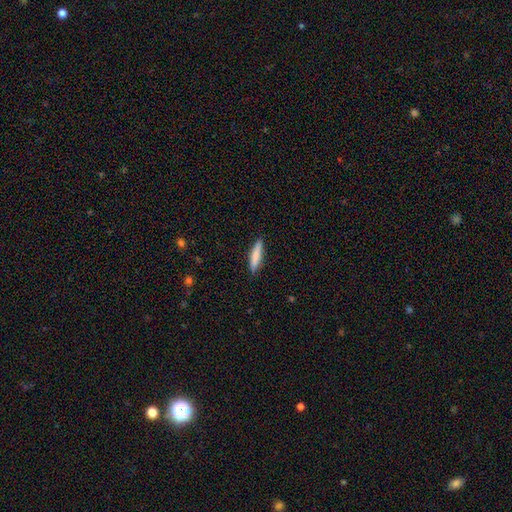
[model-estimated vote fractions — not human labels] smooth-or-featured: smooth: 79% | featured or disk: 15% | star or artifact: 6%
  how-rounded: cigar-shaped: 83% | in between: 15% | round: 1%
  merging: none: 88% | minor disturbance: 9% | major disturbance: 2% | merger: 1%